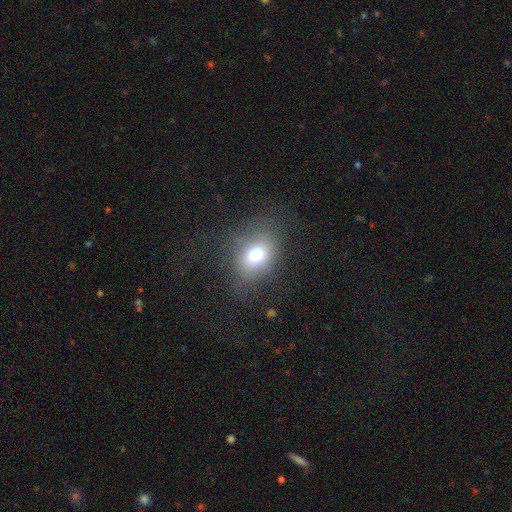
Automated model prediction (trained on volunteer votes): Smooth or featured: smooth — 73% (star or artifact — 13%)
How rounded: in between — 62% (round — 37%)
Merging: none — 70% (minor disturbance — 18%)